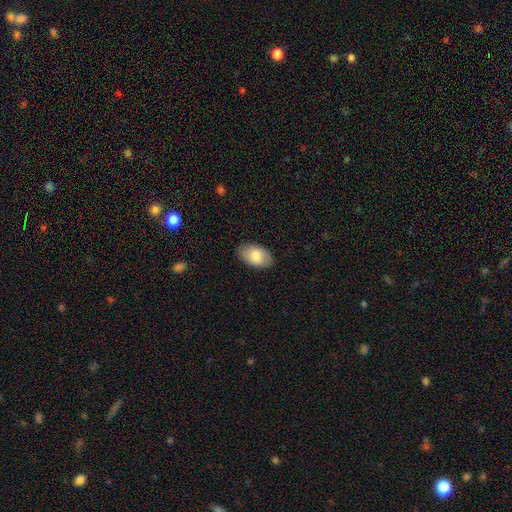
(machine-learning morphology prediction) Smooth or featured: smooth — 79% (featured or disk — 15%)
How rounded: in between — 94% (round — 5%)
Merging: none — 87% (minor disturbance — 10%)